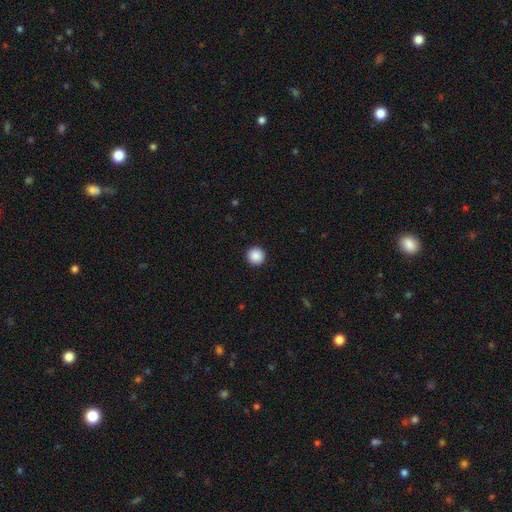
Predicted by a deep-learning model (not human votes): smooth-or-featured: smooth: 89% | star or artifact: 8% | featured or disk: 3%
  how-rounded: round: 97% | in between: 2% | cigar-shaped: 1%
  merging: none: 94% | minor disturbance: 4% | major disturbance: 1% | merger: 1%